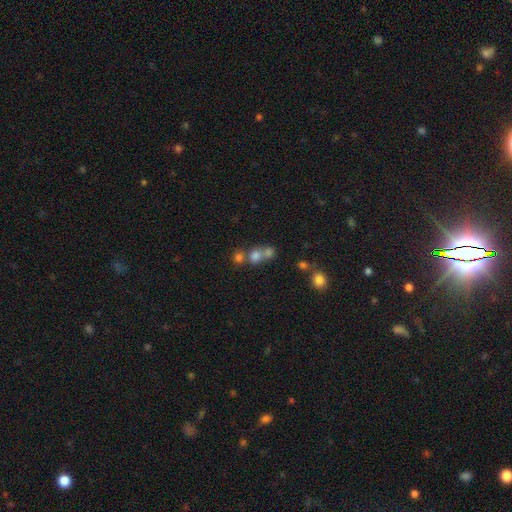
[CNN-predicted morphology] Smooth or featured: smooth — 71% (star or artifact — 16%)
How rounded: round — 79% (in between — 20%)
Merging: merger — 55% (none — 35%)